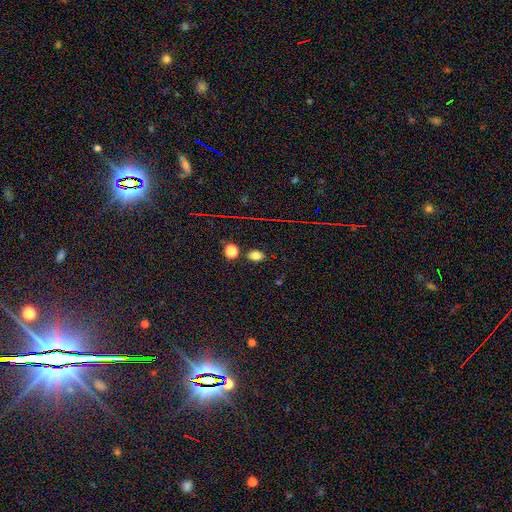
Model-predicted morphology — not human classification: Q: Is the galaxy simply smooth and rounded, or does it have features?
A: smooth — 76%.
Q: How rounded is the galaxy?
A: in between — 69%.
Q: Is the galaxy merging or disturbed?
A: none — 80%.